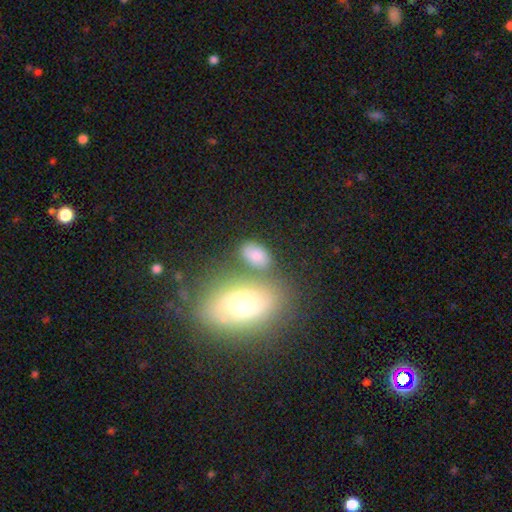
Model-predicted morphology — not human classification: The model was most divided on "merging": none: 56%, merger: 18%, minor disturbance: 18%, major disturbance: 8%. More confident: how rounded — in between (88%); smooth or featured — smooth (77%).